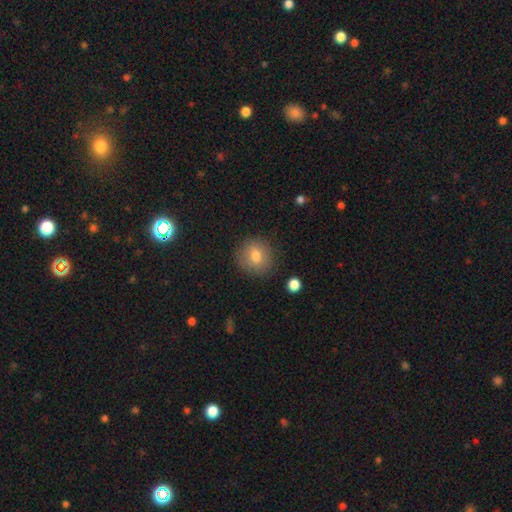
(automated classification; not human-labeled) This is likely a smooth galaxy (77%). How rounded: clearly round (88%). Merging: clearly none (86%).